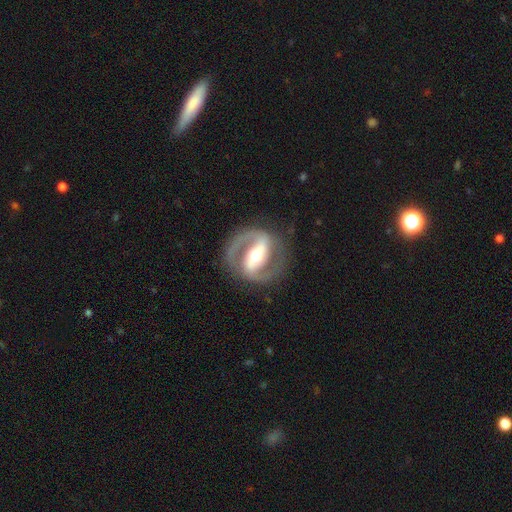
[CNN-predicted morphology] The model was most divided on "spiral winding": medium: 53%, tight: 34%, loose: 14%. More confident: edge-on disk — no (95%); spiral arm count — 2 (91%); spiral arms — yes (90%); smooth or featured — featured or disk (89%); merging — none (83%); bar — strong (73%); bulge size — moderate (67%).